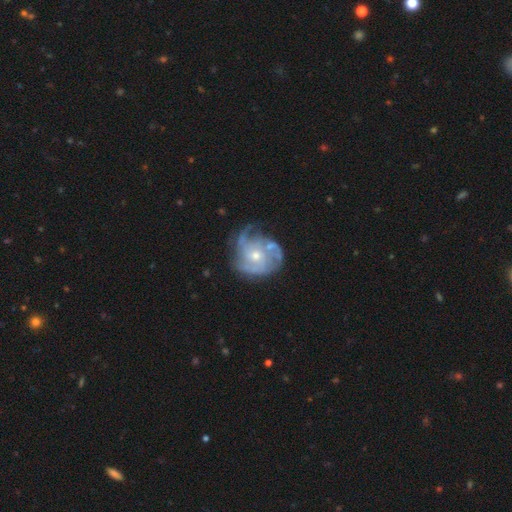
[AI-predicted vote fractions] Q: Smooth or featured?
A: featured or disk (84%); runner-up: smooth (9%)
Q: Edge-on disk?
A: no (98%); runner-up: yes (2%)
Q: Bar?
A: no (74%); runner-up: weak (22%)
Q: Spiral arms?
A: yes (92%); runner-up: no (8%)
Q: Spiral winding?
A: tight (50%); runner-up: medium (37%)
Q: Spiral arm count?
A: 3 (31%); runner-up: can't tell (28%)
Q: Bulge size?
A: moderate (48%); tied with: small (48%)
Q: Merging?
A: none (55%); runner-up: minor disturbance (24%)